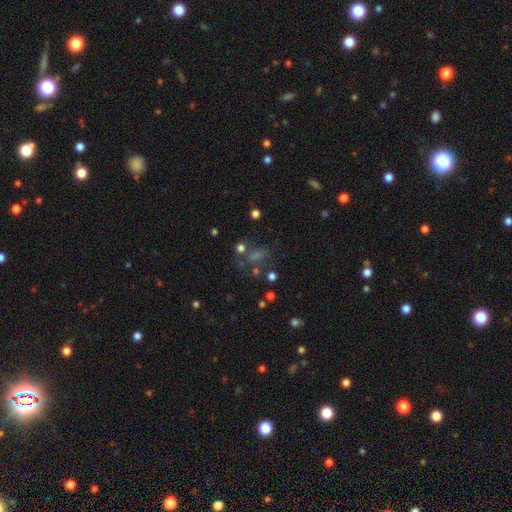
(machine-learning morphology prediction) Smooth or featured? Predicted: star or artifact (p=0.41).